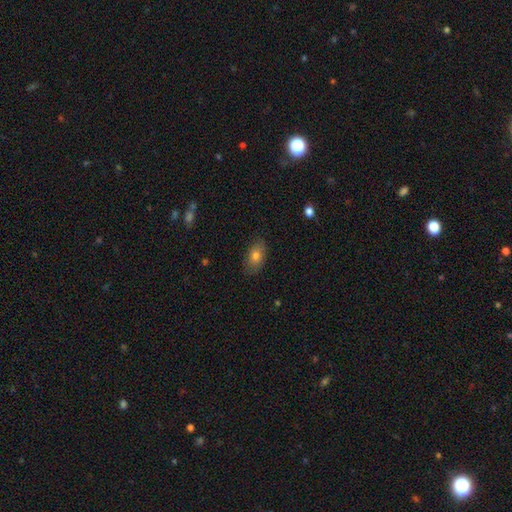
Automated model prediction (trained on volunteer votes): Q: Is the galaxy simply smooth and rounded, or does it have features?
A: smooth — 77%.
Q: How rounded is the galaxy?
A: in between — 89%.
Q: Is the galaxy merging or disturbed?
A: none — 81%.